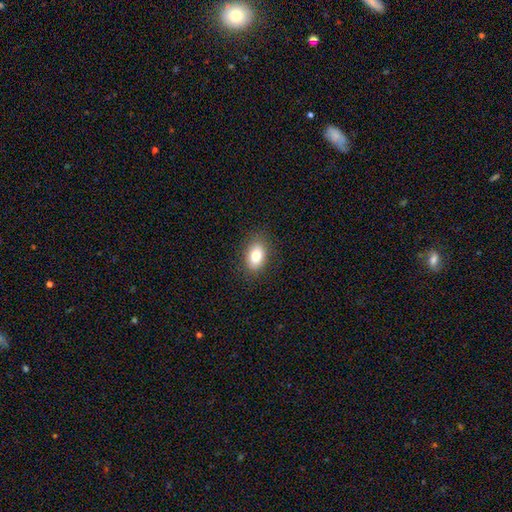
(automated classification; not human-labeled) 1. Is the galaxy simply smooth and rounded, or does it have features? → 80% smooth, 11% featured or disk, 9% star or artifact.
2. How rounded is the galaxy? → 85% in between, 14% round, 2% cigar-shaped.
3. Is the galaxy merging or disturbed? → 86% none, 10% minor disturbance, 3% major disturbance, 1% merger.